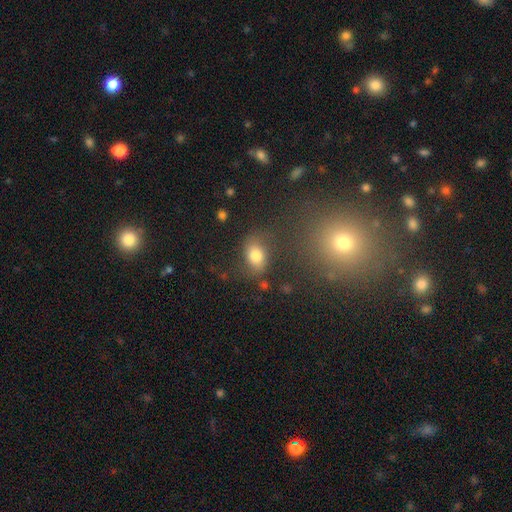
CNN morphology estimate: Overall: smooth (72%). How rounded: in between (72%). Merging: none (62%).